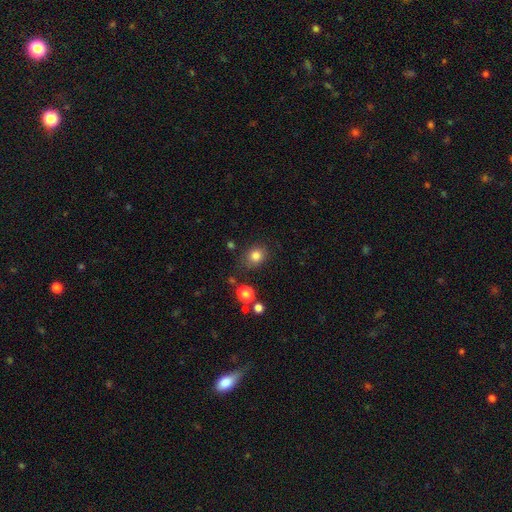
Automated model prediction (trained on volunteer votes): smooth_or_featured: smooth (p=0.82) [alt: star or artifact p=0.12]
how_rounded: round (p=0.69) [alt: in between p=0.30]
merging: none (p=0.80) [alt: minor disturbance p=0.13]